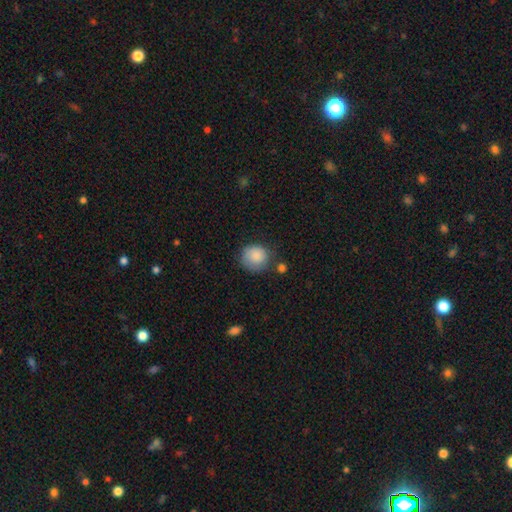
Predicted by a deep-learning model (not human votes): Q: Smooth or featured?
A: smooth (87%); runner-up: star or artifact (8%)
Q: How rounded?
A: round (86%); runner-up: in between (13%)
Q: Merging?
A: none (65%); runner-up: minor disturbance (22%)